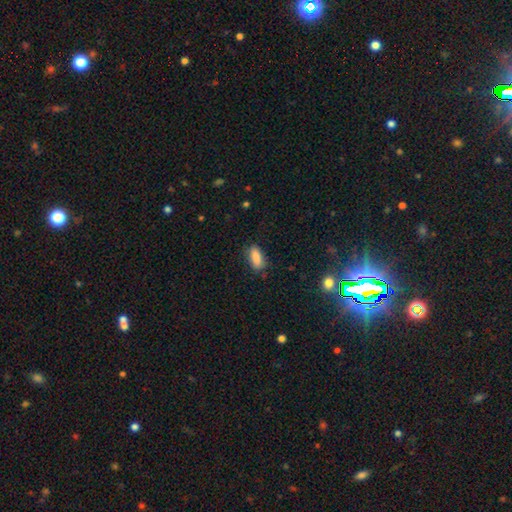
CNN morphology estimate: Smooth or featured?
  - smooth: 88% *
  - star or artifact: 8%
  - featured or disk: 5%
How rounded?
  - in between: 83% *
  - cigar-shaped: 14%
  - round: 3%
Merging?
  - none: 81% *
  - minor disturbance: 15%
  - major disturbance: 3%
  - merger: 1%